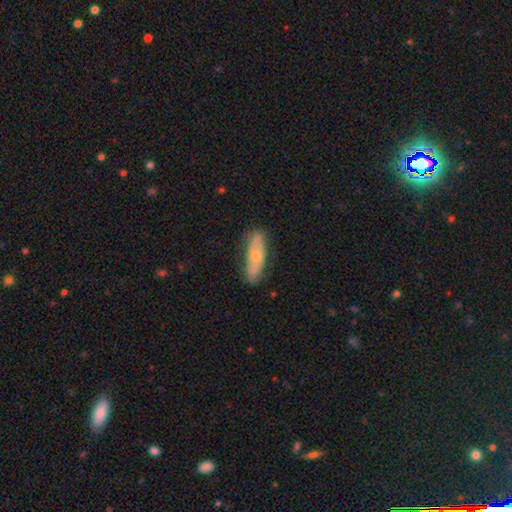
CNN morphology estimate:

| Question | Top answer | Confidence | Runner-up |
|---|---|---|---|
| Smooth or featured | smooth | 53% | featured or disk (41%) |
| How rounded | cigar-shaped | 54% | in between (44%) |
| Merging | none | 78% | minor disturbance (17%) |